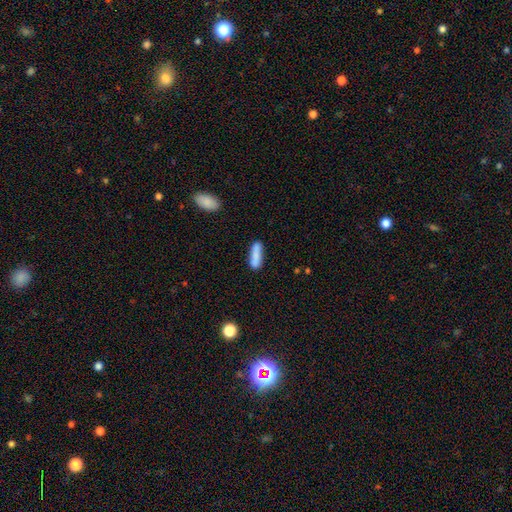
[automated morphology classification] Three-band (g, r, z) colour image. It shows a smooth galaxy with no disk features (83%) that is cigar-shaped (64%). Merging: none (75%).